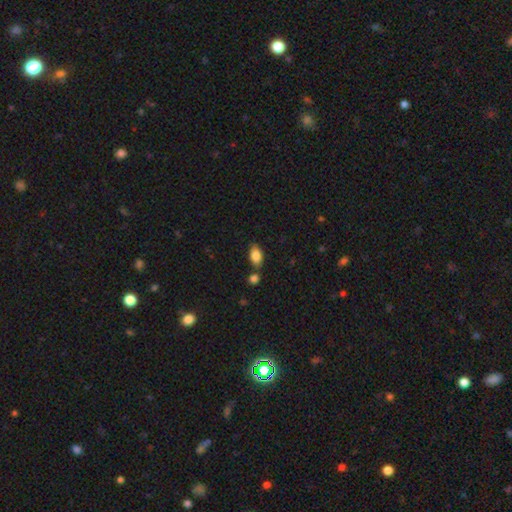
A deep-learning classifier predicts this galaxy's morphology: A smooth galaxy with no disk features (85%) that is in between round and cigar-shaped (90%). Merging: none (72%).